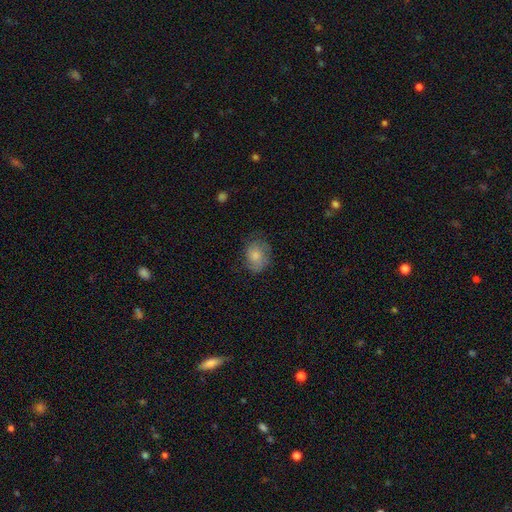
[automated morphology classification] Smooth or featured: smooth — 74% (featured or disk — 19%)
How rounded: round — 52% (in between — 47%)
Merging: none — 64% (minor disturbance — 25%)